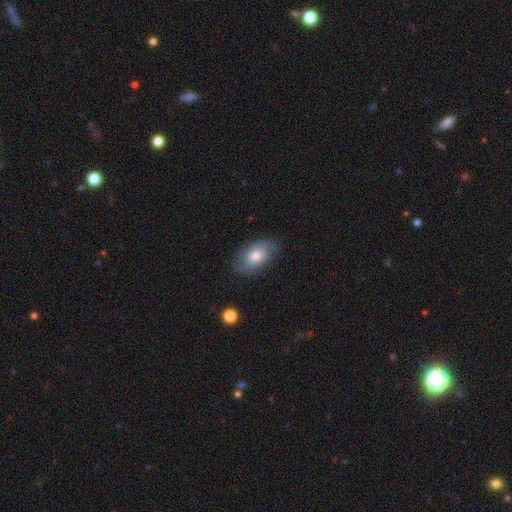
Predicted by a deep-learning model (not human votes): Smooth or featured?
  - smooth: 61% *
  - featured or disk: 31%
  - star or artifact: 8%
How rounded?
  - in between: 92% *
  - round: 6%
  - cigar-shaped: 2%
Merging?
  - none: 76% *
  - minor disturbance: 18%
  - major disturbance: 4%
  - merger: 1%